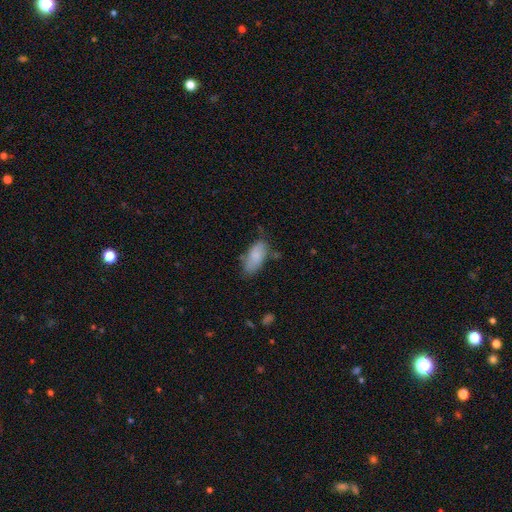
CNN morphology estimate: smooth_or_featured: smooth (p=0.81) [alt: featured or disk p=0.12]
how_rounded: in between (p=0.88) [alt: cigar-shaped p=0.10]
merging: none (p=0.65) [alt: minor disturbance p=0.24]